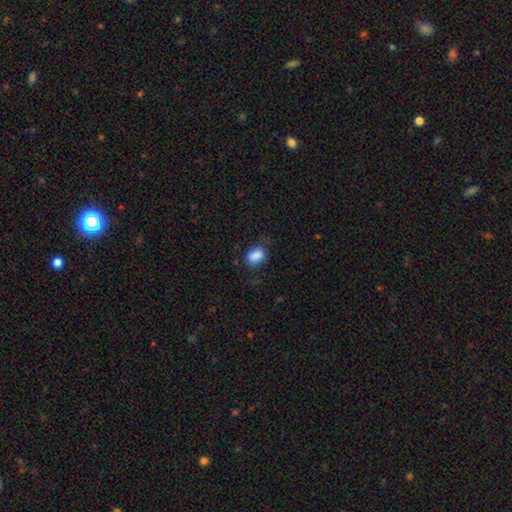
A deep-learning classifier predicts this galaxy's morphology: This appears to be a smooth galaxy with no disk features (86%) that is in between round and cigar-shaped (80%). Merging: none (67%).